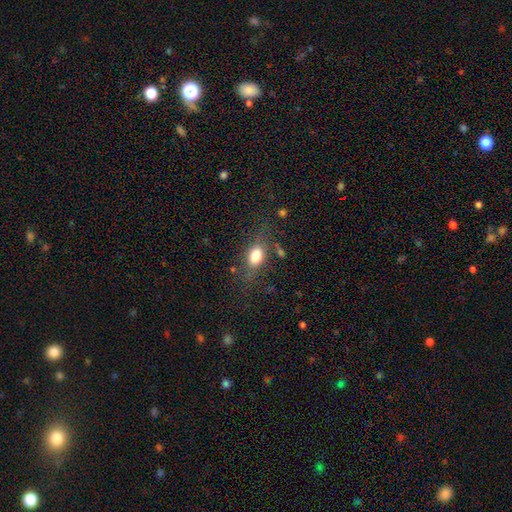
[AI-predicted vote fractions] Overall: smooth (78%). How rounded: in between (77%). Merging: none (68%).